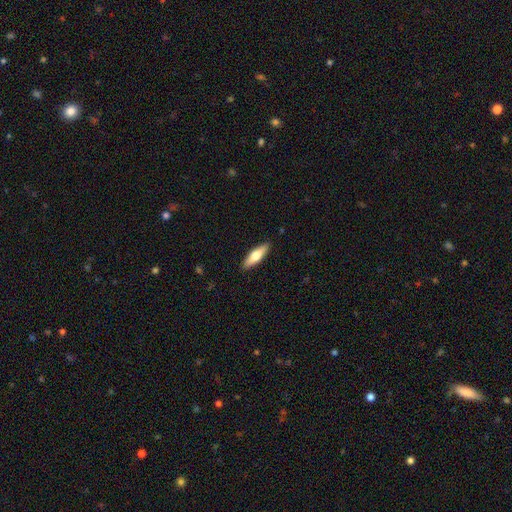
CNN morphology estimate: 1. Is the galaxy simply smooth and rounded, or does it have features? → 60% smooth, 34% featured or disk, 5% star or artifact.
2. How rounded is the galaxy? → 56% cigar-shaped, 42% in between, 2% round.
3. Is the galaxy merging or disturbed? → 90% none, 8% minor disturbance, 2% major disturbance, 1% merger.